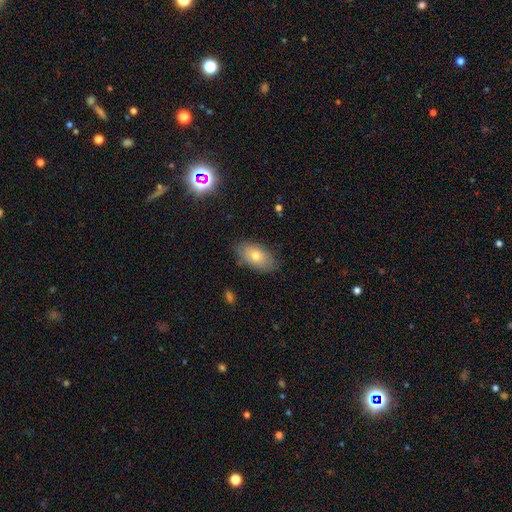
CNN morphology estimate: smooth_or_featured: smooth (p=0.67) [alt: featured or disk p=0.24]
how_rounded: in between (p=0.92) [alt: round p=0.05]
merging: none (p=0.83) [alt: minor disturbance p=0.13]